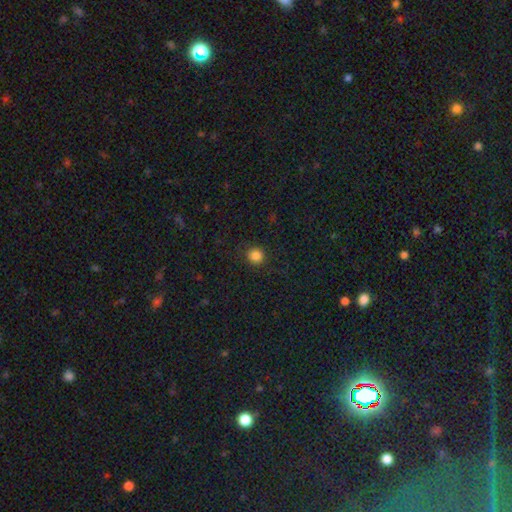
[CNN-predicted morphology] A smooth galaxy with no disk features (85%) that is round (92%).

Vote fractions:
- Smooth or featured? smooth: 85% / star or artifact: 11% / featured or disk: 4%
- How rounded? round: 92% / in between: 7% / cigar-shaped: 1%
- Merging? none: 90% / minor disturbance: 6% / major disturbance: 2% / merger: 1%